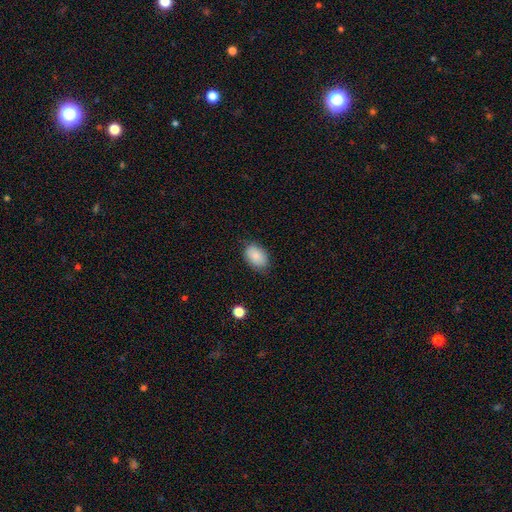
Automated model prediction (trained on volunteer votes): Q: Smooth or featured?
A: smooth (86%); runner-up: star or artifact (7%)
Q: How rounded?
A: in between (86%); runner-up: round (13%)
Q: Merging?
A: none (80%); runner-up: minor disturbance (15%)